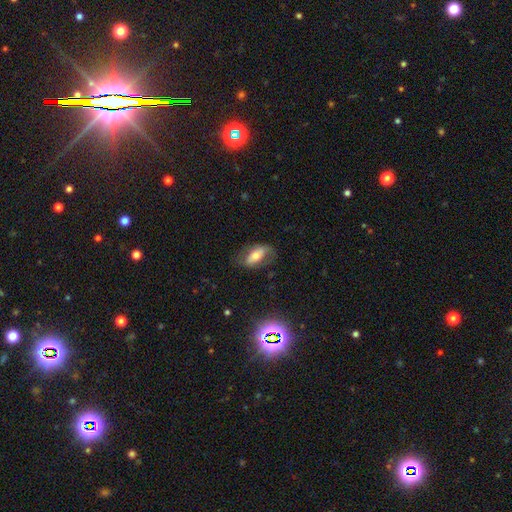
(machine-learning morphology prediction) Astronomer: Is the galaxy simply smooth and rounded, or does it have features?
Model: smooth — 51% (runner-up: featured or disk, 40%).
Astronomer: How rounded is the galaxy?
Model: in between — 86%.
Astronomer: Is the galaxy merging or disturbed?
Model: none — 65%.